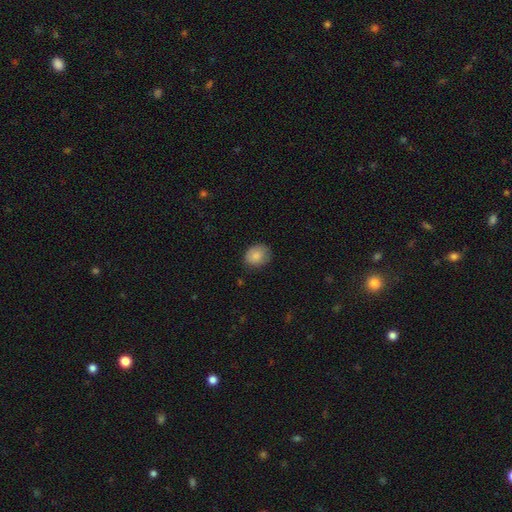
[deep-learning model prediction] smooth 85%, star or artifact 8%, featured or disk 8%. Down the decision tree: how rounded — round (55%); merging — none (76%).